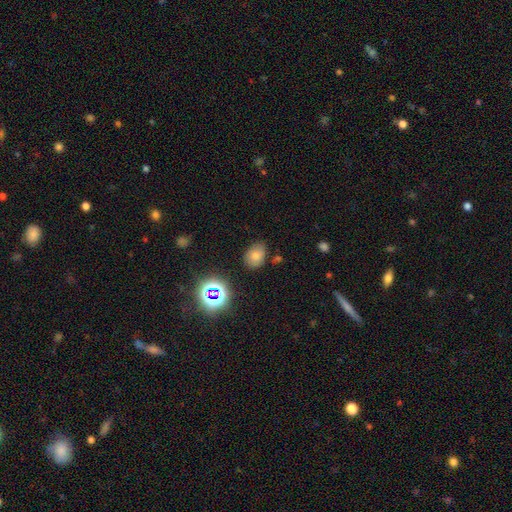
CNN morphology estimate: Smooth or featured?
  - smooth: 60% *
  - star or artifact: 26%
  - featured or disk: 14%
How rounded?
  - in between: 60% *
  - round: 38%
  - cigar-shaped: 1%
Merging?
  - none: 78% *
  - minor disturbance: 15%
  - major disturbance: 4%
  - merger: 3%